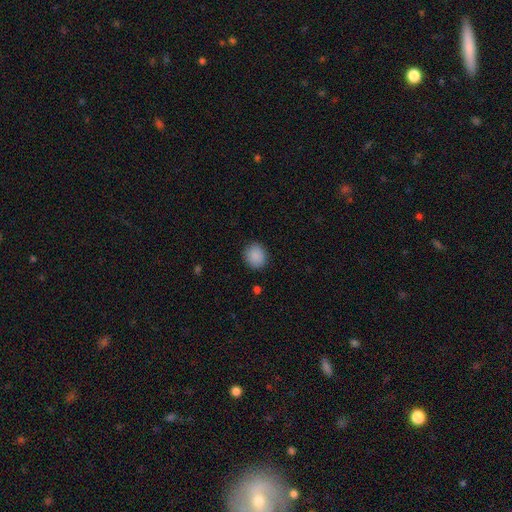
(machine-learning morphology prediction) Smooth or featured? smooth (89%)
How rounded? round (80%)
Merging? none (88%)